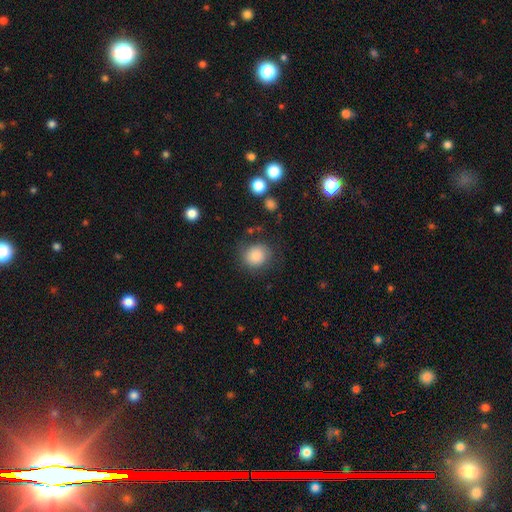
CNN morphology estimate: smooth_or_featured: smooth (p=0.83) [alt: star or artifact p=0.09]
how_rounded: round (p=0.80) [alt: in between p=0.19]
merging: none (p=0.74) [alt: minor disturbance p=0.17]